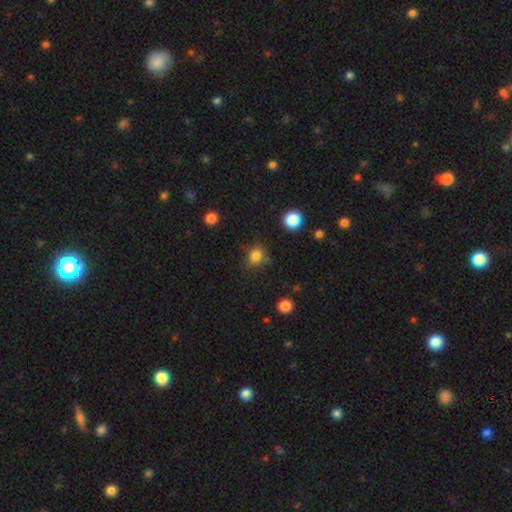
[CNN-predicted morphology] A smooth galaxy with no disk features (81%) that is round (79%).

Vote fractions:
- Smooth or featured? smooth: 81% / star or artifact: 14% / featured or disk: 6%
- How rounded? round: 79% / in between: 20% / cigar-shaped: 1%
- Merging? none: 72% / minor disturbance: 19% / major disturbance: 6% / merger: 3%